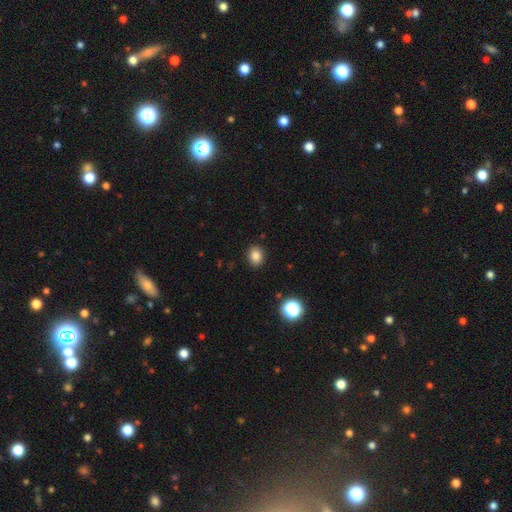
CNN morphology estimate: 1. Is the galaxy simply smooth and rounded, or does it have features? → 83% smooth, 12% star or artifact, 5% featured or disk.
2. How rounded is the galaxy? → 60% round, 39% in between, 1% cigar-shaped.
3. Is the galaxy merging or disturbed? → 90% none, 7% minor disturbance, 2% major disturbance, 1% merger.